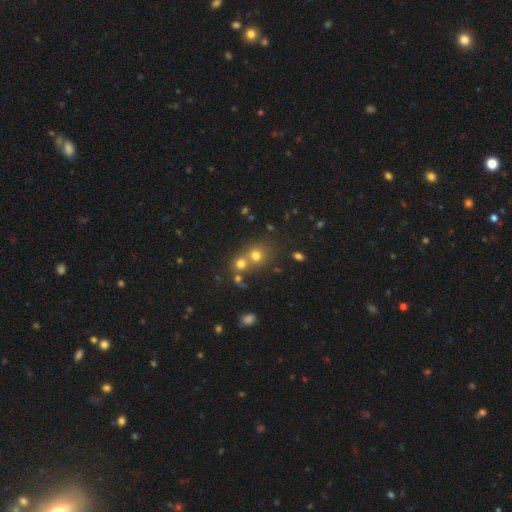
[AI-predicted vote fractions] This appears to be a smooth galaxy with no disk features (69%) that is round (80%). Merging: merger (45%, tied with none).